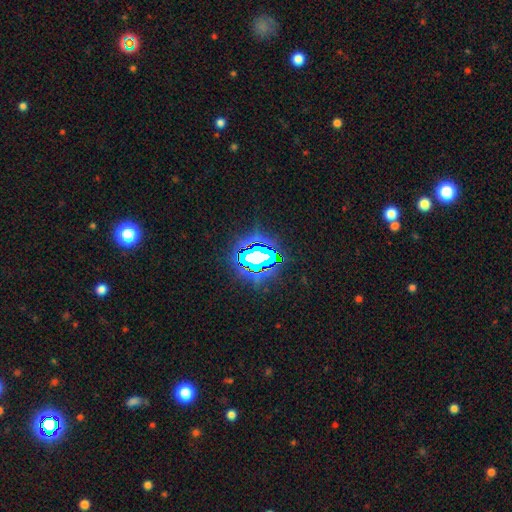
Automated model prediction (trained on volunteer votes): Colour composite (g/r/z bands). It shows a star or artifact, not a galaxy (75%).